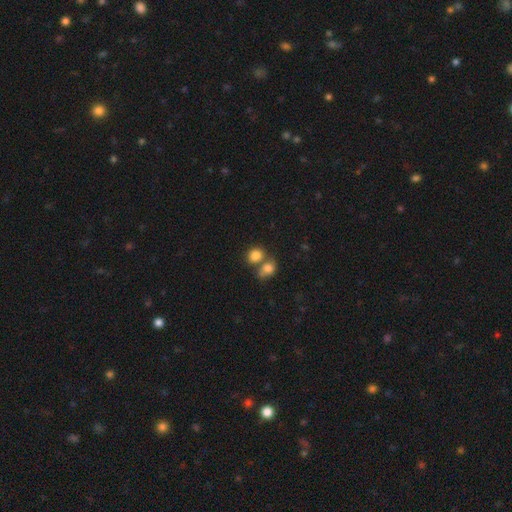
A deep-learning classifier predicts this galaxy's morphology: Smooth or featured?
  - smooth: 83% *
  - star or artifact: 10%
  - featured or disk: 7%
How rounded?
  - round: 61% *
  - in between: 38%
  - cigar-shaped: 1%
Merging?
  - merger: 47% *
  - none: 39%
  - minor disturbance: 9%
  - major disturbance: 4%